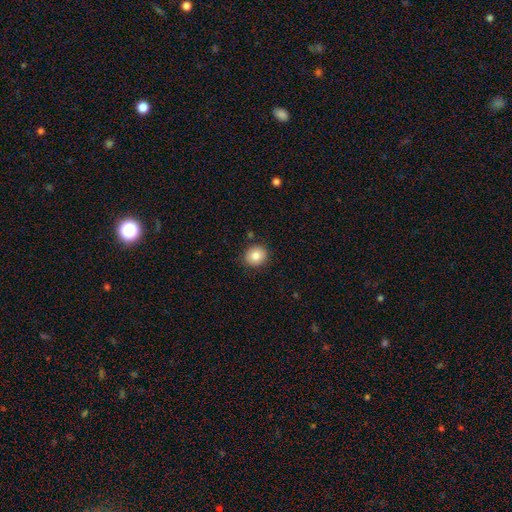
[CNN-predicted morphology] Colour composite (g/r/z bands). It shows a smooth galaxy with no disk features (84%) that is round (82%). Merging: none (88%).